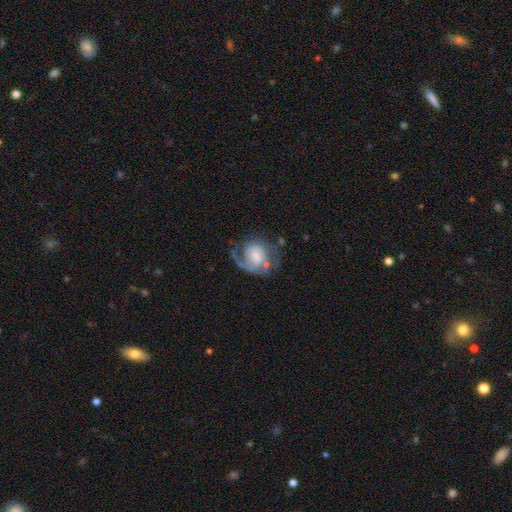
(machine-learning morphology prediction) Smooth or featured?
  - featured or disk: 73% *
  - smooth: 21%
  - star or artifact: 7%
Edge-on disk?
  - no: 98% *
  - yes: 2%
Bar?
  - no: 51% *
  - weak: 40%
  - strong: 9%
Spiral arms?
  - yes: 88% *
  - no: 12%
Spiral winding?
  - medium: 43% *
  - loose: 31%
  - tight: 26%
Spiral arm count?
  - 1: 47% *
  - 2: 35%
  - can't tell: 12%
  - 3: 3%
  - 4: 2%
  - more than 4: 2%
Bulge size?
  - small: 43% *
  - moderate: 31%
  - none: 12%
  - large: 12%
  - dominant: 3%
Merging?
  - none: 47% *
  - major disturbance: 29%
  - minor disturbance: 19%
  - merger: 5%